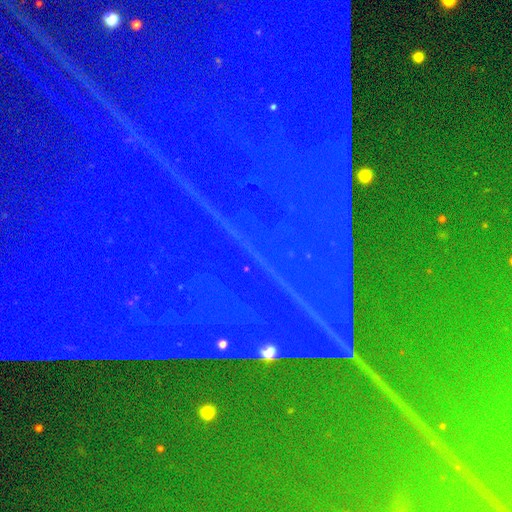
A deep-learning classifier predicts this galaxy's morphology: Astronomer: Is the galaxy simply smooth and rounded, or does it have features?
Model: star or artifact — 91%.